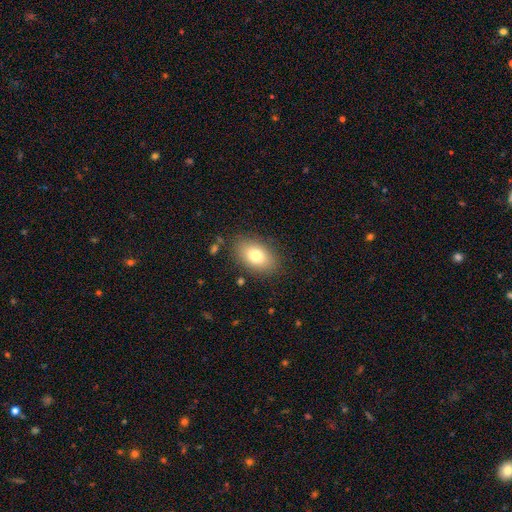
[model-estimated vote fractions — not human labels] Q: Smooth or featured?
A: smooth (78%); runner-up: featured or disk (13%)
Q: How rounded?
A: in between (88%); runner-up: round (10%)
Q: Merging?
A: none (84%); runner-up: minor disturbance (11%)